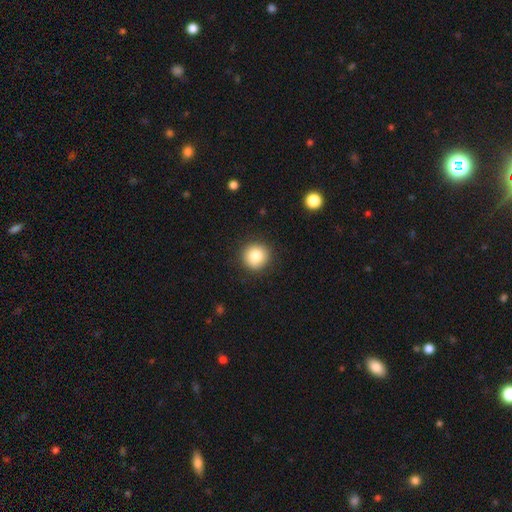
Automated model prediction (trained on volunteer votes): Smooth or featured? Predicted: smooth (p=0.82). How rounded? Predicted: round (p=0.93). Merging? Predicted: none (p=0.90).